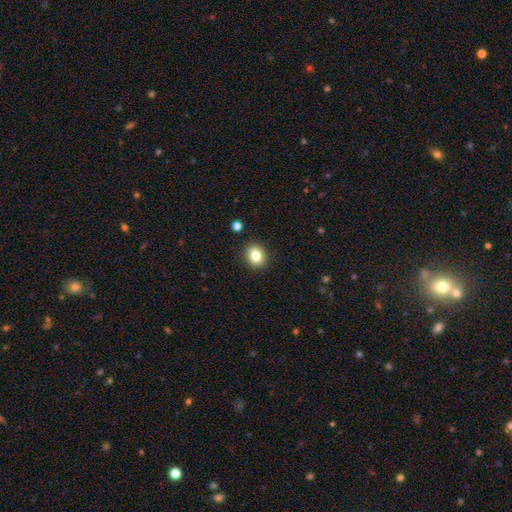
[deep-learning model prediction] The model was most divided on "how rounded": round: 60%, in between: 39%, cigar-shaped: 1%. More confident: merging — none (90%); smooth or featured — smooth (83%).